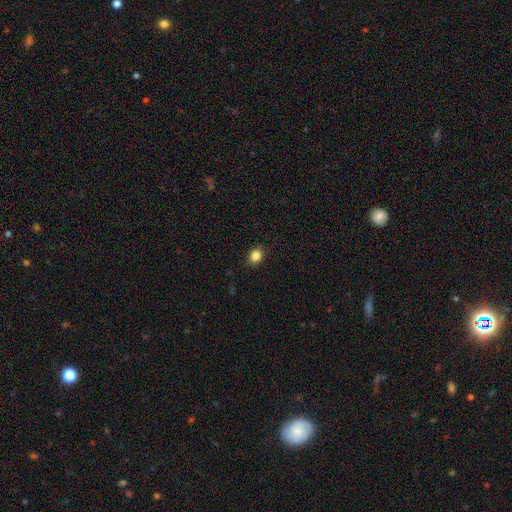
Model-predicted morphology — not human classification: smooth-or-featured: smooth: 85% | star or artifact: 10% | featured or disk: 5%
  how-rounded: round: 51% | in between: 48% | cigar-shaped: 1%
  merging: none: 89% | minor disturbance: 8% | major disturbance: 2% | merger: 1%